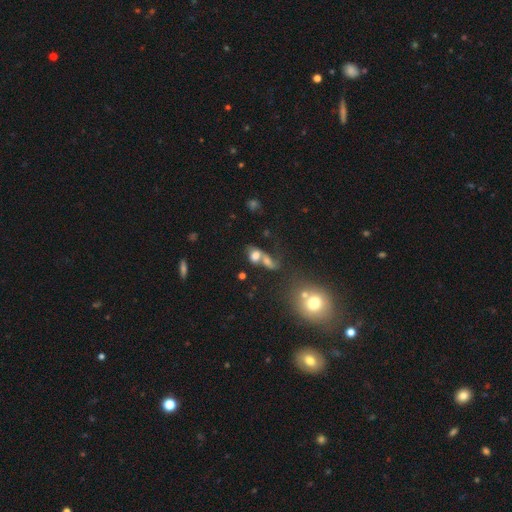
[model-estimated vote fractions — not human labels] Smooth or featured: smooth — 63% (featured or disk — 20%)
How rounded: in between — 66% (round — 30%)
Merging: merger — 60% (none — 21%)